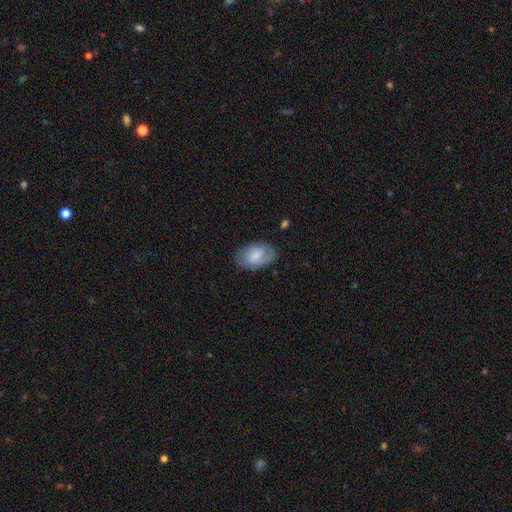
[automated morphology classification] Overall: featured or disk (47%; smooth 46%). Merging: none (73%).